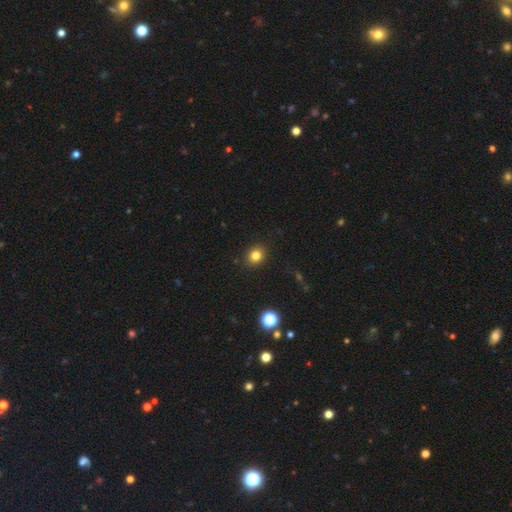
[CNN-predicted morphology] This appears to be a smooth galaxy with no disk features (81%) that is round (75%). Merging: none (90%).